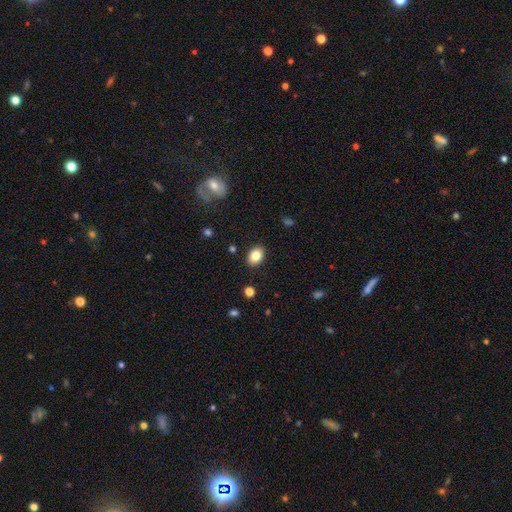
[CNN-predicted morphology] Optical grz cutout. It shows a smooth galaxy with no disk features (83%) that is in between round and cigar-shaped (78%). Merging: none (88%).